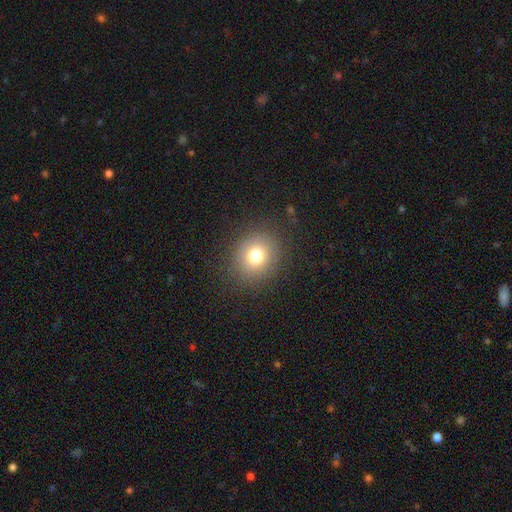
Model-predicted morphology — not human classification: A smooth galaxy with no disk features (74%) that is round (76%).

Vote fractions:
- Smooth or featured? smooth: 74% / star or artifact: 14% / featured or disk: 13%
- How rounded? round: 76% / in between: 24% / cigar-shaped: 1%
- Merging? none: 85% / minor disturbance: 9% / major disturbance: 5% / merger: 1%